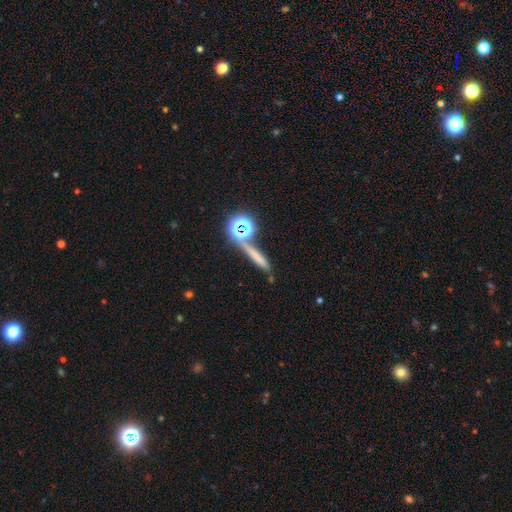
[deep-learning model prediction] smooth-or-featured: smooth: 55% | star or artifact: 26% | featured or disk: 19%
  how-rounded: cigar-shaped: 76% | round: 14% | in between: 10%
  merging: none: 71% | merger: 12% | minor disturbance: 12% | major disturbance: 5%